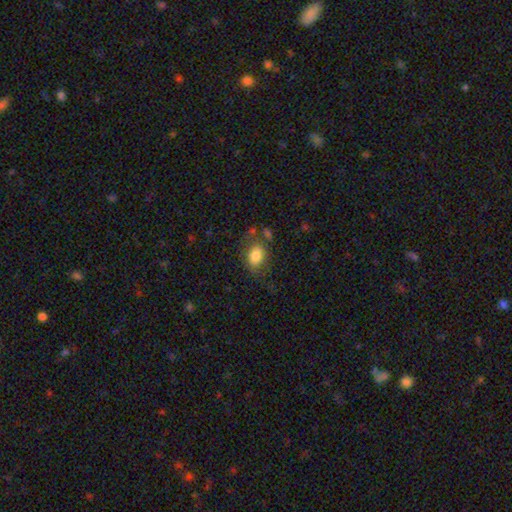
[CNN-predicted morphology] type=smooth (79%); roundness=in between (77%); merging=none (59%).